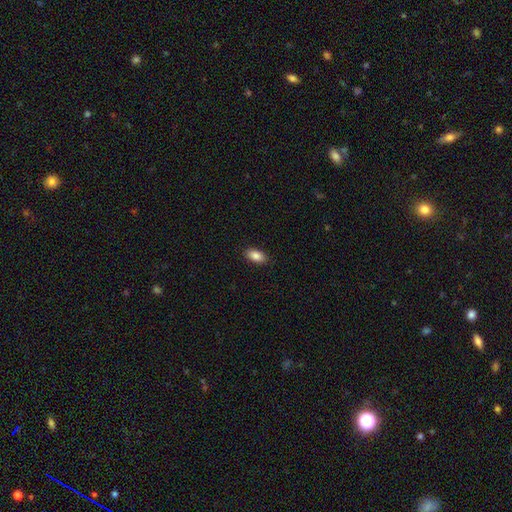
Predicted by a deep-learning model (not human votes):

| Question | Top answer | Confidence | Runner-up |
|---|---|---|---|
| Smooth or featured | smooth | 87% | star or artifact (7%) |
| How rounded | in between | 92% | round (4%) |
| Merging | none | 88% | minor disturbance (9%) |